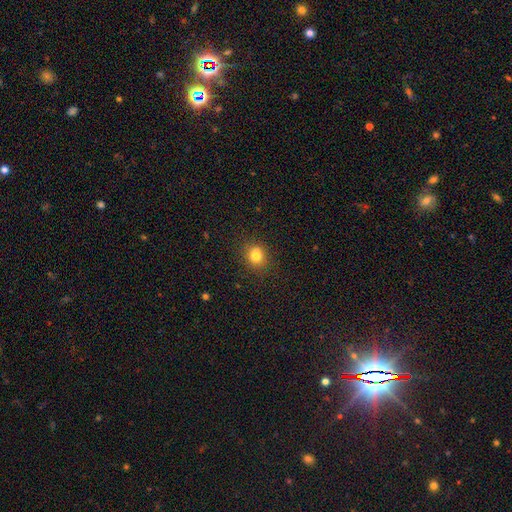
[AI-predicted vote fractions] Smooth or featured: smooth — 76% (star or artifact — 13%)
How rounded: round — 72% (in between — 27%)
Merging: none — 64% (merger — 19%)